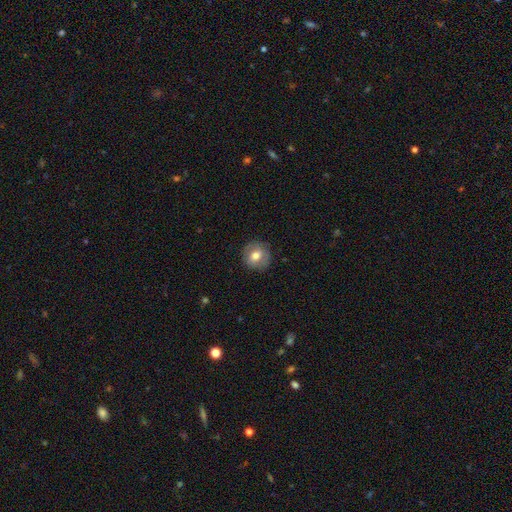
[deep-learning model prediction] smooth-or-featured: smooth: 68% | featured or disk: 24% | star or artifact: 8%
  how-rounded: round: 90% | in between: 9% | cigar-shaped: 1%
  merging: none: 86% | minor disturbance: 10% | major disturbance: 3% | merger: 1%